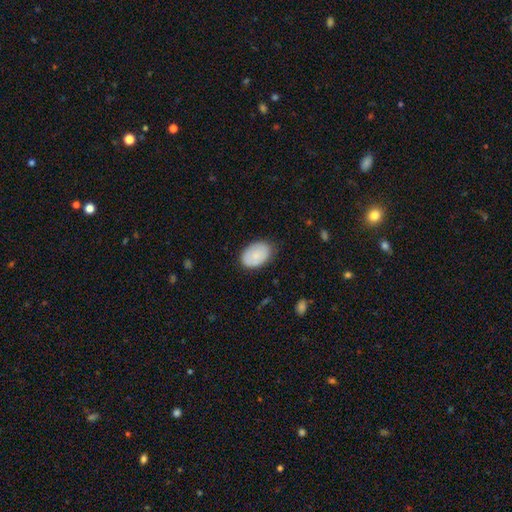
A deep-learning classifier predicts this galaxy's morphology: A smooth galaxy with no disk features (81%) that is in between round and cigar-shaped (87%). Merging: none (77%).